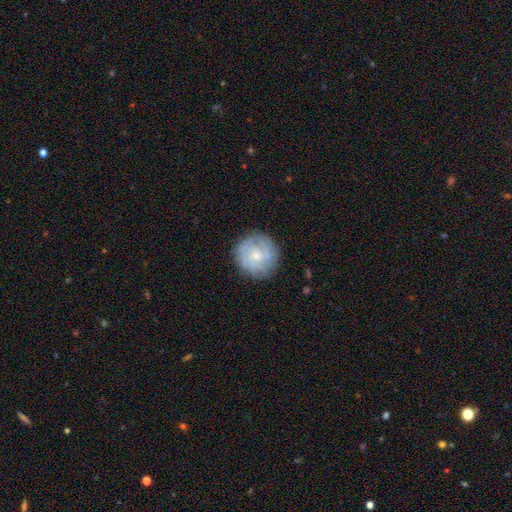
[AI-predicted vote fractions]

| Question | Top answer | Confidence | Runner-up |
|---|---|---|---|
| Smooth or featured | featured or disk | 55% | smooth (37%) |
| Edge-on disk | no | 97% | yes (3%) |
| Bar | no | 72% | weak (24%) |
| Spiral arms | yes | 76% | no (24%) |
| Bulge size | small | 68% | moderate (25%) |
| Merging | none | 81% | minor disturbance (13%) |